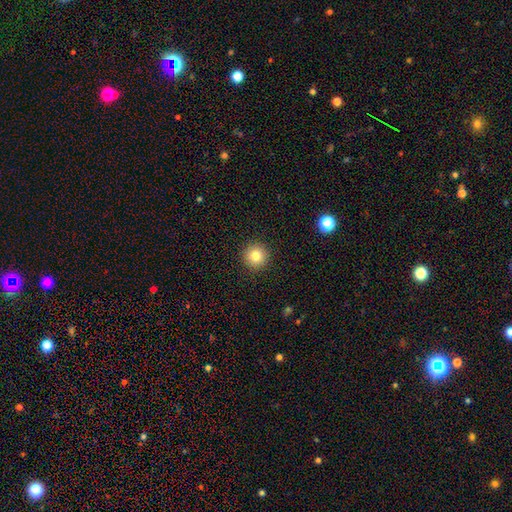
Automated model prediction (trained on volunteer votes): Q: Smooth or featured?
A: smooth (81%); runner-up: star or artifact (11%)
Q: How rounded?
A: round (96%); runner-up: in between (3%)
Q: Merging?
A: none (92%); runner-up: minor disturbance (5%)